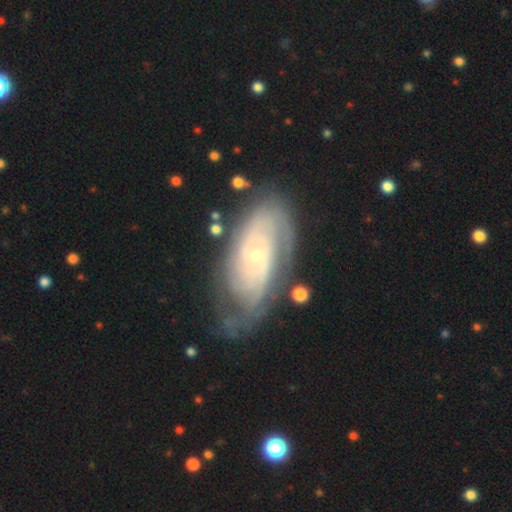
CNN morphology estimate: Q: Smooth or featured?
A: featured or disk (83%); runner-up: smooth (11%)
Q: Edge-on disk?
A: no (95%); runner-up: yes (5%)
Q: Bar?
A: no (58%); runner-up: weak (35%)
Q: Spiral arms?
A: yes (95%); runner-up: no (5%)
Q: Spiral winding?
A: tight (68%); runner-up: medium (26%)
Q: Spiral arm count?
A: can't tell (36%); runner-up: 2 (34%)
Q: Bulge size?
A: small (78%); runner-up: moderate (16%)
Q: Merging?
A: none (66%); runner-up: minor disturbance (22%)